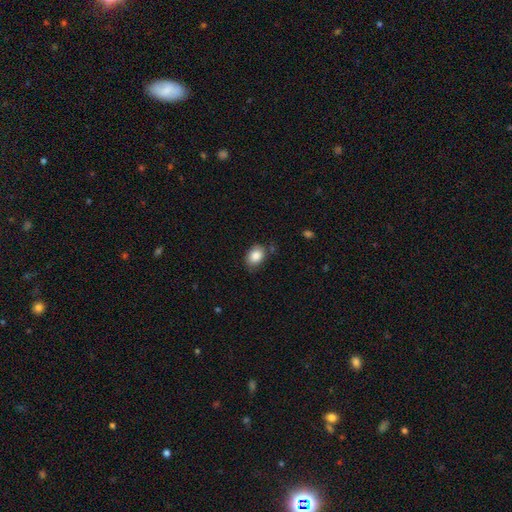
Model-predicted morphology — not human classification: smooth-or-featured: smooth: 86% | star or artifact: 8% | featured or disk: 6%
  how-rounded: in between: 67% | round: 32% | cigar-shaped: 1%
  merging: none: 71% | minor disturbance: 21% | major disturbance: 4% | merger: 3%